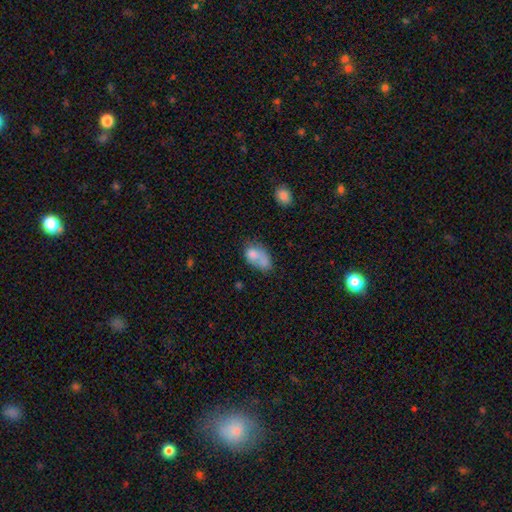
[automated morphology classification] Smooth or featured? smooth (72%)
How rounded? in between (83%)
Merging? merger (31%)